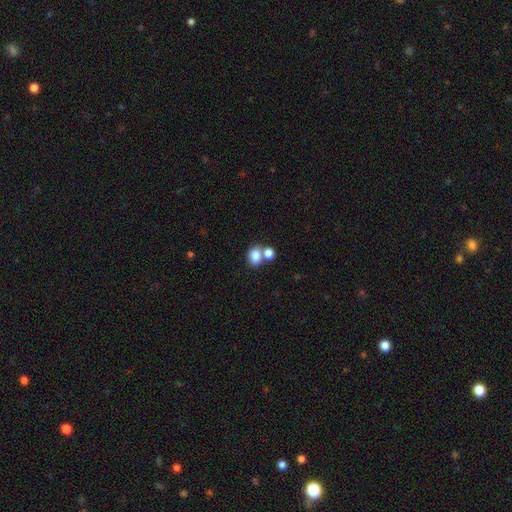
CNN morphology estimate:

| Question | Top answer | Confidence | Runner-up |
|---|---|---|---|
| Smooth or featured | smooth | 82% | star or artifact (10%) |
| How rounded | in between | 59% | round (40%) |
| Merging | none | 44% | merger (43%) |